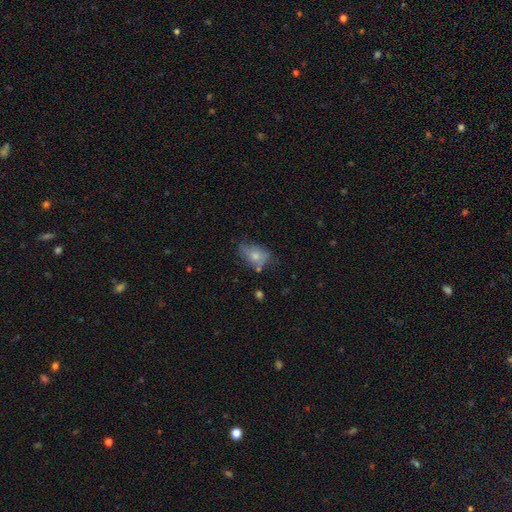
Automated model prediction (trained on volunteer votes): smooth-or-featured: smooth: 66% | featured or disk: 24% | star or artifact: 10%
  how-rounded: in between: 80% | round: 18% | cigar-shaped: 2%
  merging: none: 42% | minor disturbance: 34% | major disturbance: 16% | merger: 8%